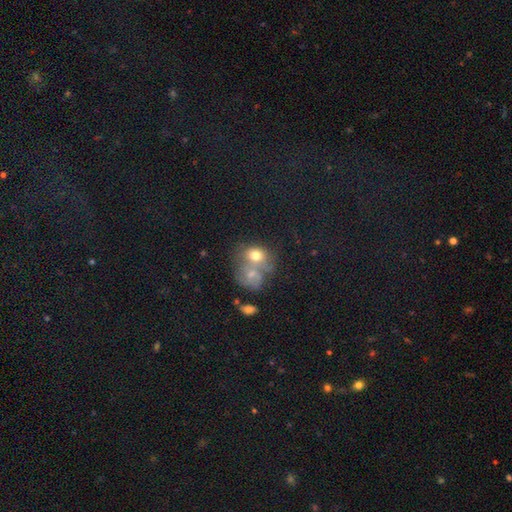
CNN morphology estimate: Smooth or featured?
  - smooth: 68% *
  - featured or disk: 21%
  - star or artifact: 11%
How rounded?
  - round: 55% *
  - in between: 43%
  - cigar-shaped: 1%
Merging?
  - merger: 56% *
  - none: 26%
  - minor disturbance: 10%
  - major disturbance: 7%